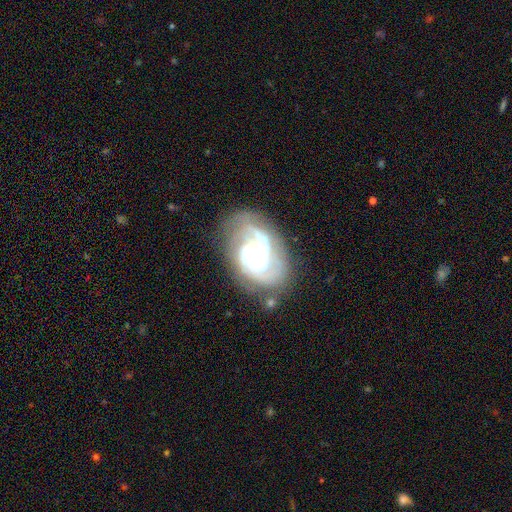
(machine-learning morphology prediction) smooth_or_featured: featured or disk (p=0.86) [alt: smooth p=0.08]
disk_edge_on: no (p=0.97) [alt: yes p=0.03]
bar: no (p=0.72) [alt: weak p=0.22]
has_spiral_arms: yes (p=0.94) [alt: no p=0.06]
spiral_winding: tight (p=0.68) [alt: medium p=0.26]
spiral_arm_count: 2 (p=0.31) [alt: can't tell p=0.27]
bulge_size: moderate (p=0.56) [alt: small p=0.38]
merging: none (p=0.63) [alt: minor disturbance p=0.22]